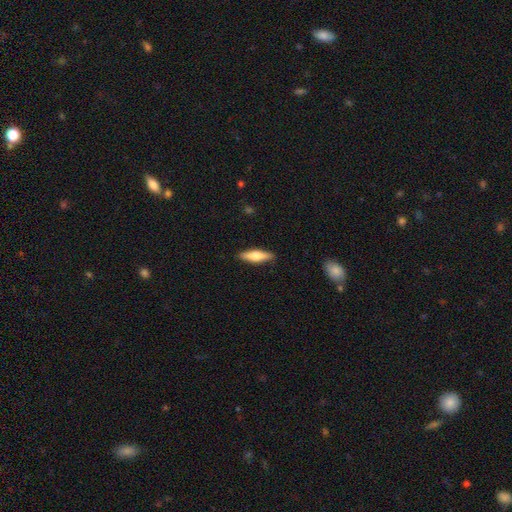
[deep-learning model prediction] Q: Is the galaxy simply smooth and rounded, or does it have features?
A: smooth — 55%.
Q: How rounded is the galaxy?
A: cigar-shaped — 63%.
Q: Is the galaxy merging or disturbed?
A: none — 89%.